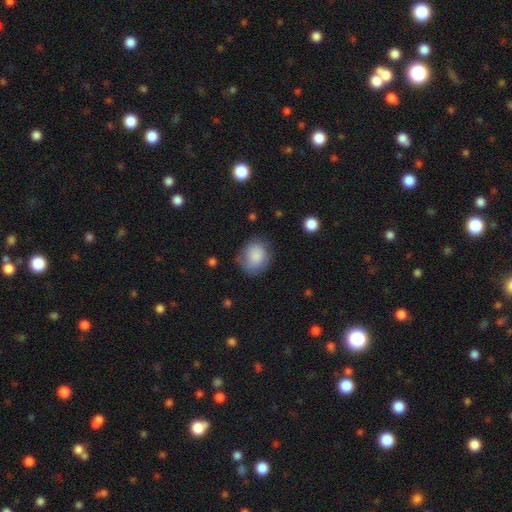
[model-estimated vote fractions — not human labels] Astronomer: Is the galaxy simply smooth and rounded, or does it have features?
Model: smooth — 83%.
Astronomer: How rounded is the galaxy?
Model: round — 67%.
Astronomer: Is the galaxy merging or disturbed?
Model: none — 64%.